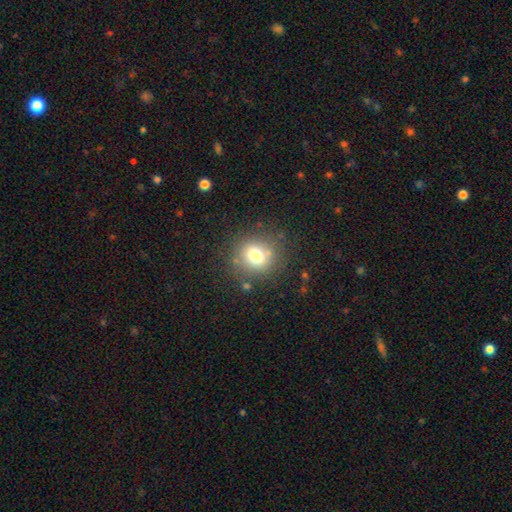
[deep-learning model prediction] smooth_or_featured: smooth (p=0.73) [alt: star or artifact p=0.14]
how_rounded: round (p=0.76) [alt: in between p=0.23]
merging: none (p=0.78) [alt: minor disturbance p=0.12]